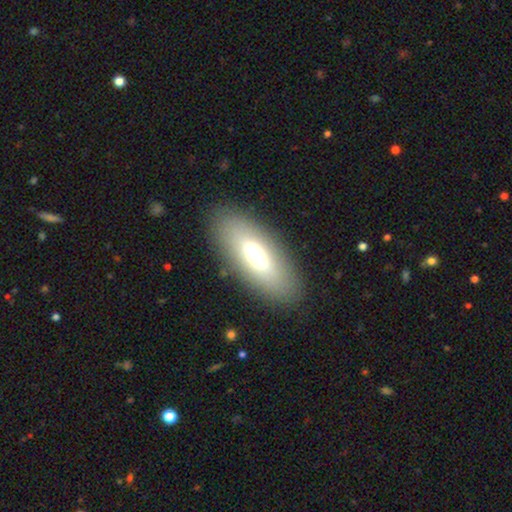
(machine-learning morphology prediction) This appears to be a smooth galaxy with no disk features (67%) that is in between round and cigar-shaped (76%). Merging: none (87%).